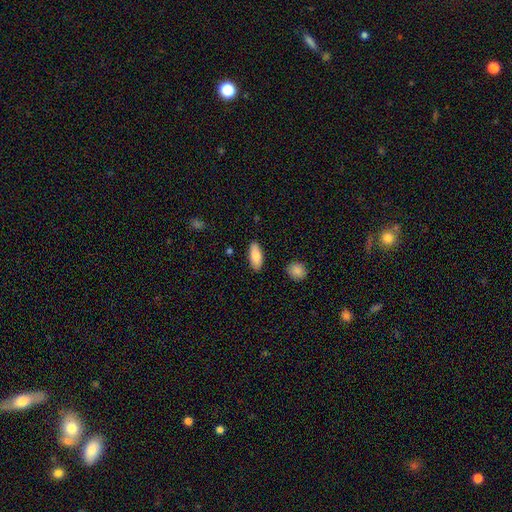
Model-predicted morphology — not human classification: This appears to be a smooth galaxy with no disk features (84%) that is in between round and cigar-shaped (82%). Merging: none (87%).